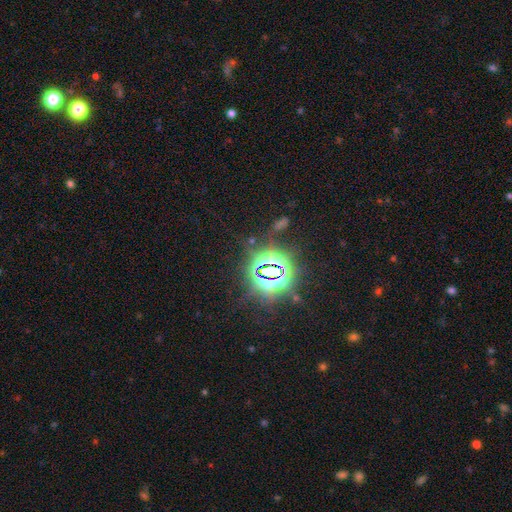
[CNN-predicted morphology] Q: Smooth or featured?
A: star or artifact (83%); runner-up: smooth (10%)